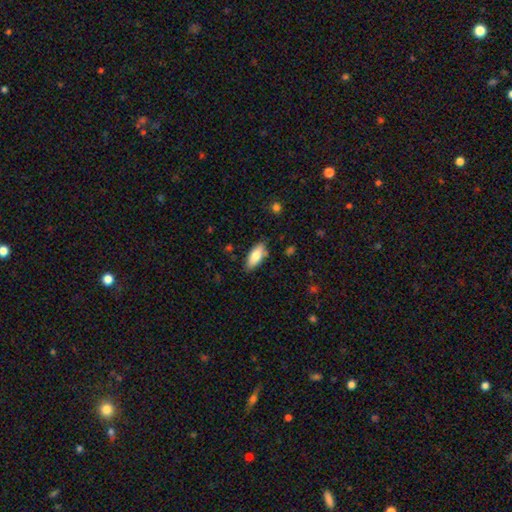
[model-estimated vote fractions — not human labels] The model was most divided on "how rounded": in between: 82%, cigar-shaped: 16%, round: 2%. More confident: merging — none (82%); smooth or featured — smooth (80%).